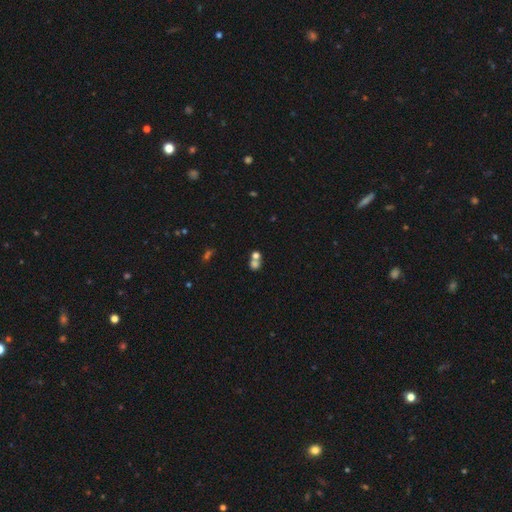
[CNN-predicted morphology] The model was most divided on "smooth or featured": smooth: 48%, star or artifact: 36%, featured or disk: 16%. More confident: merging — none (58%).